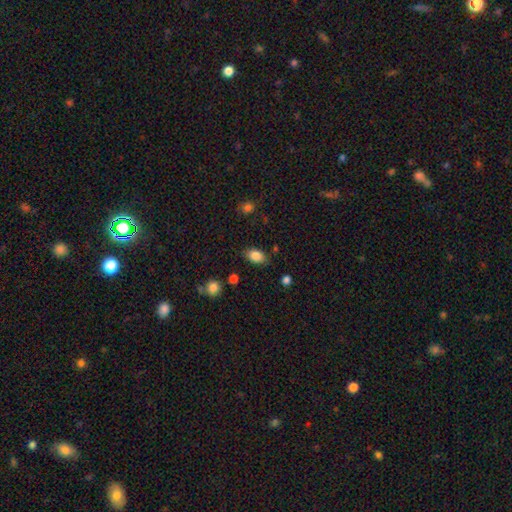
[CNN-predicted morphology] Smooth or featured? Predicted: smooth (p=0.85). How rounded? Predicted: in between (p=0.88). Merging? Predicted: none (p=0.83).